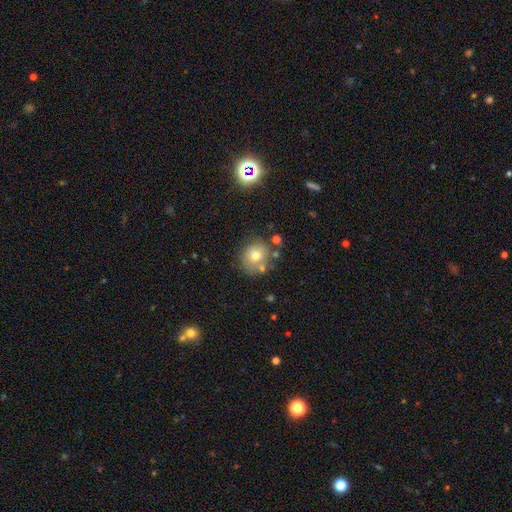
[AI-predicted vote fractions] A smooth galaxy with no disk features (71%) that is round (81%). Merging: none (69%).